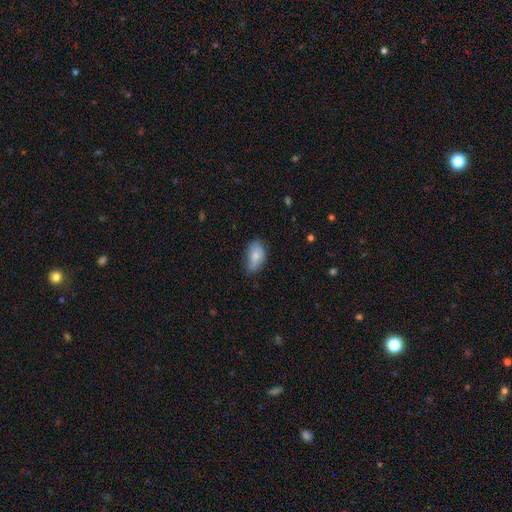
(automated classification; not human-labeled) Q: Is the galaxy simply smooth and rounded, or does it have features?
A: smooth — 80%.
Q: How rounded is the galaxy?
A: in between — 91%.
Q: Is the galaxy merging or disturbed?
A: none — 58%.